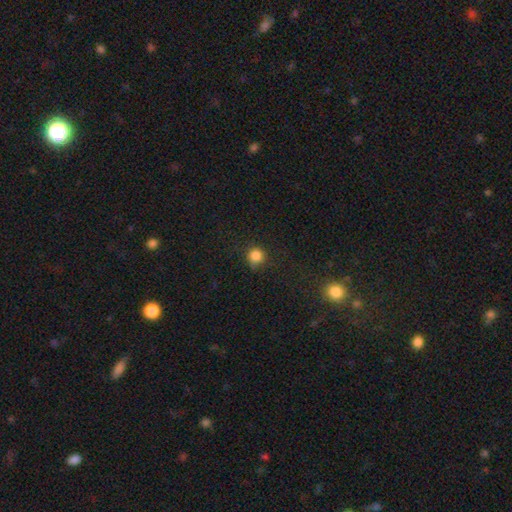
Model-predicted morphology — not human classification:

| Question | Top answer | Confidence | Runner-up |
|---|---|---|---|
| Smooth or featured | smooth | 83% | star or artifact (13%) |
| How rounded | round | 92% | in between (7%) |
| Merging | none | 80% | minor disturbance (15%) |